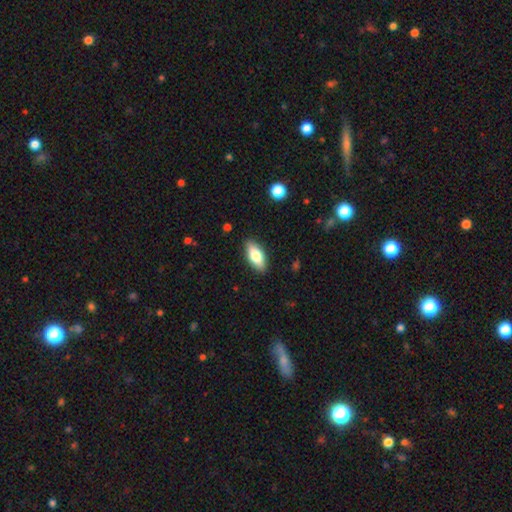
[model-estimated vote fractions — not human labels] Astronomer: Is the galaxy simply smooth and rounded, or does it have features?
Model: smooth — 74%.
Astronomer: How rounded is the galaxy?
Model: in between — 83%.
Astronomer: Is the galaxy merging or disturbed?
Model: none — 88%.